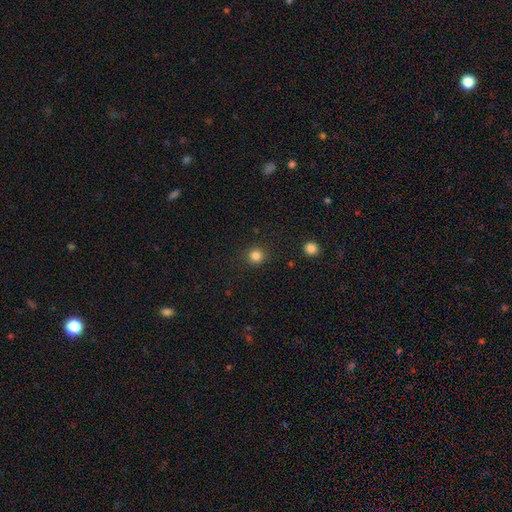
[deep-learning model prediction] Q: Smooth or featured?
A: smooth (84%); runner-up: star or artifact (12%)
Q: How rounded?
A: round (93%); runner-up: in between (6%)
Q: Merging?
A: none (91%); runner-up: minor disturbance (6%)